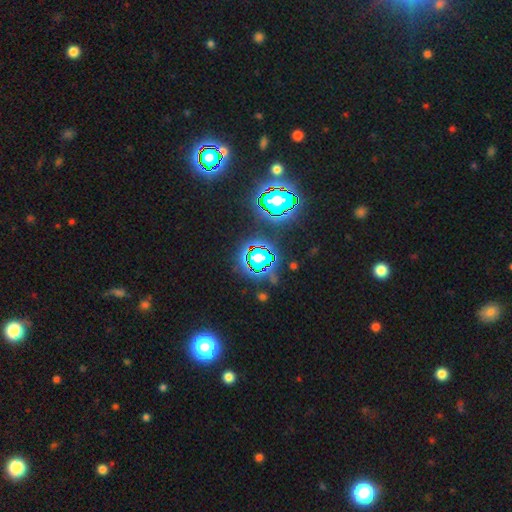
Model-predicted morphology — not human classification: Smooth or featured? Predicted: star or artifact (p=0.68).